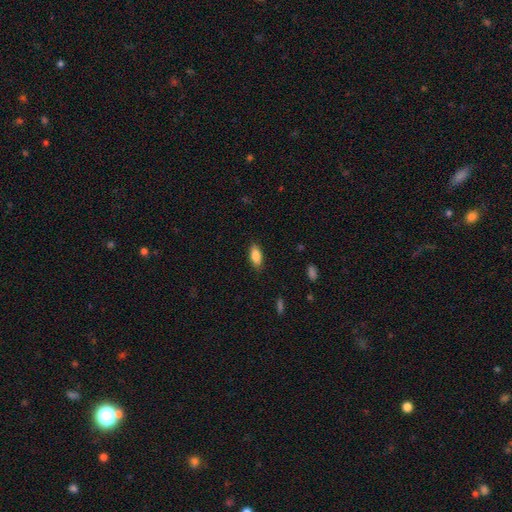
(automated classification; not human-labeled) This is clearly a smooth galaxy (85%). How rounded: clearly in between (85%). Merging: clearly none (85%).